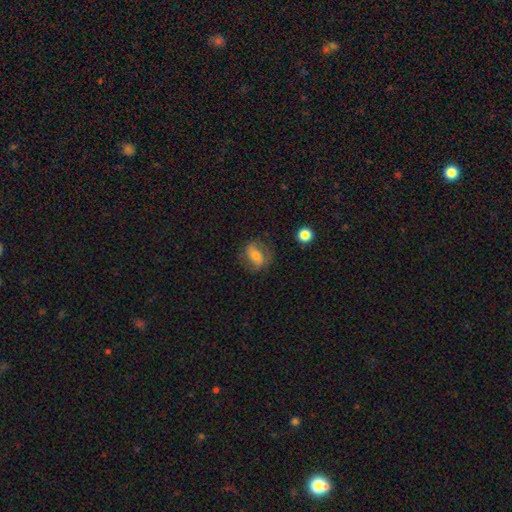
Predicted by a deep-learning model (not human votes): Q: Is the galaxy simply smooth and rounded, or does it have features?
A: smooth — 54%.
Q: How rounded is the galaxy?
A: in between — 62%.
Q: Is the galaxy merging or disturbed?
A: none — 70%.